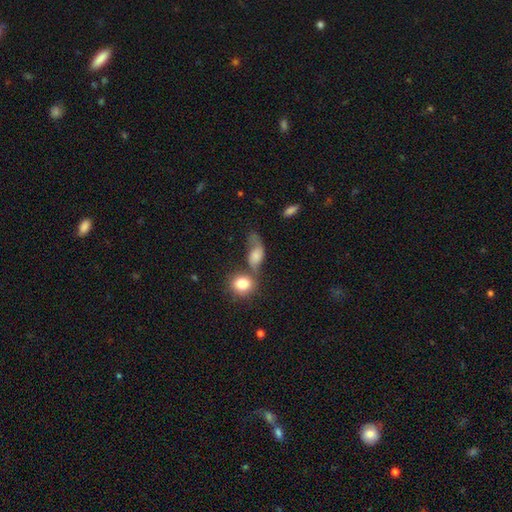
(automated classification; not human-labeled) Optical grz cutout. It shows a smooth galaxy with no disk features (62%) that is in between round and cigar-shaped (71%). Merging: none (29%).